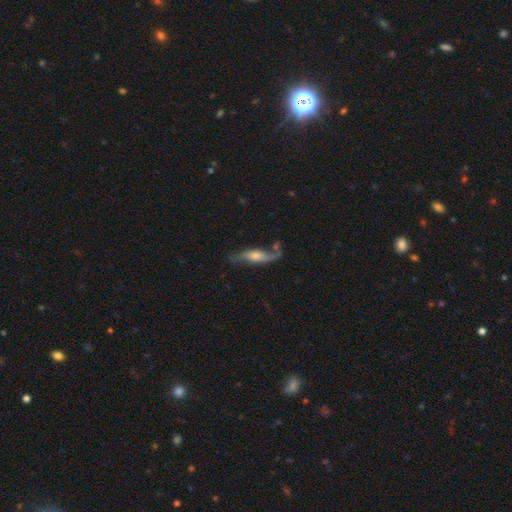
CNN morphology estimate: A featured or disk galaxy (73%).

Vote fractions:
- Smooth or featured? featured or disk: 73% / smooth: 20% / star or artifact: 7%
- Edge-on disk? no: 66% / yes: 34%
- Merging? none: 58% / minor disturbance: 20% / major disturbance: 13% / merger: 9%